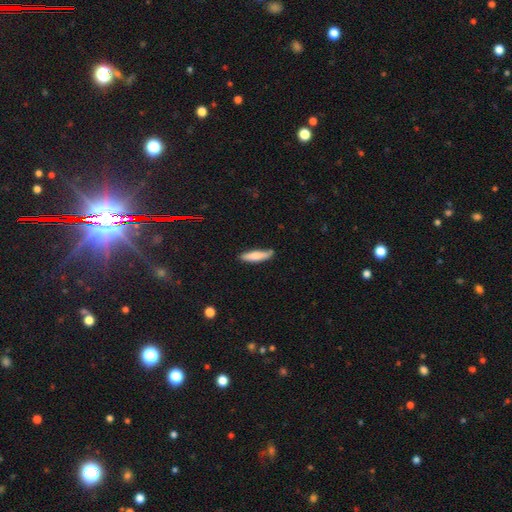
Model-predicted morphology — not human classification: Smooth or featured: smooth — 78% (featured or disk — 16%)
How rounded: cigar-shaped — 68% (in between — 30%)
Merging: none — 75% (minor disturbance — 19%)